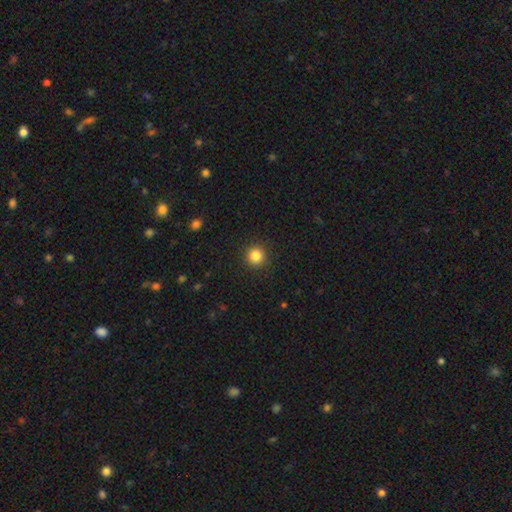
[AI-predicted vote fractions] Smooth or featured?
  - smooth: 84% *
  - star or artifact: 11%
  - featured or disk: 4%
How rounded?
  - round: 94% *
  - in between: 5%
  - cigar-shaped: 1%
Merging?
  - none: 91% *
  - minor disturbance: 5%
  - major disturbance: 2%
  - merger: 1%